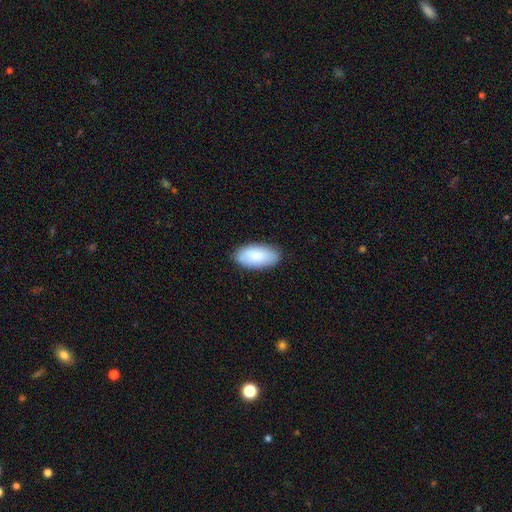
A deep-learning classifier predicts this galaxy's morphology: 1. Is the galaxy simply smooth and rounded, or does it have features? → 87% smooth, 8% featured or disk, 6% star or artifact.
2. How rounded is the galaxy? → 94% in between, 4% cigar-shaped, 2% round.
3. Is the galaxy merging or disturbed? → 85% none, 11% minor disturbance, 2% major disturbance, 1% merger.